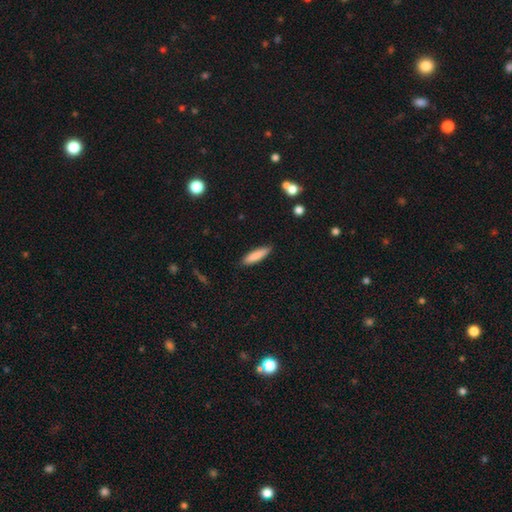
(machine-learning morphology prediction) Smooth or featured: smooth — 84% (featured or disk — 10%)
How rounded: cigar-shaped — 75% (in between — 23%)
Merging: none — 86% (minor disturbance — 11%)